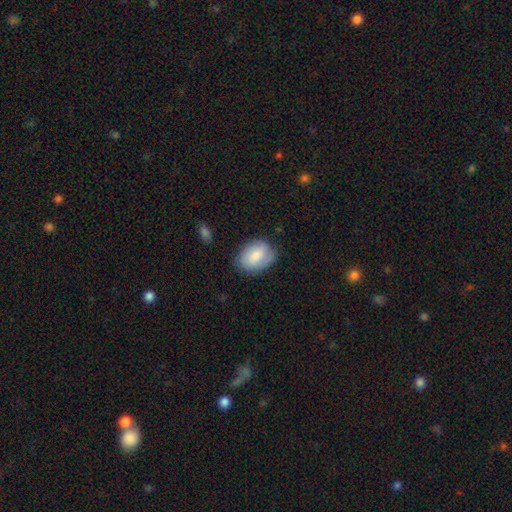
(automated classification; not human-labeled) Smooth or featured: smooth — 76% (featured or disk — 18%)
How rounded: in between — 75% (round — 24%)
Merging: none — 73% (minor disturbance — 21%)